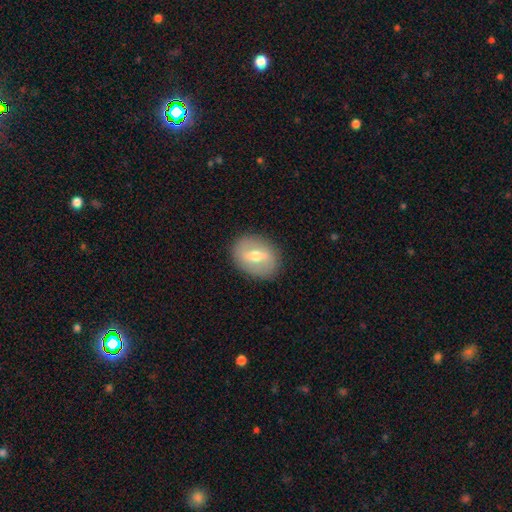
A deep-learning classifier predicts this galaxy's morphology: Smooth or featured? featured or disk (49%)
Merging? none (87%)